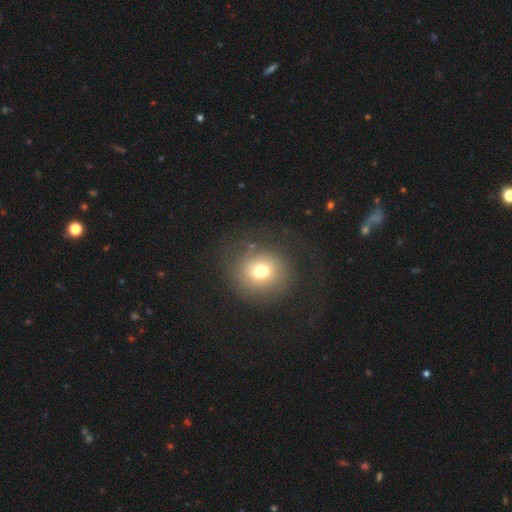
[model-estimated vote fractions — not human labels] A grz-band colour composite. It shows a smooth galaxy with no disk features (57%) that is round (86%). Merging: none (79%).